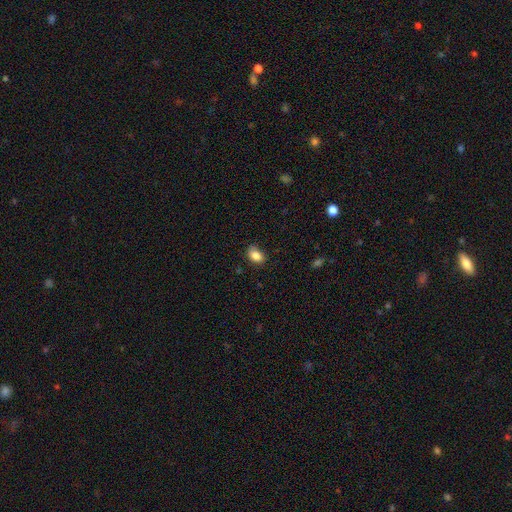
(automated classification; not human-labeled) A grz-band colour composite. It shows a smooth galaxy with no disk features (85%) that is in between round and cigar-shaped (78%). Merging: none (73%).